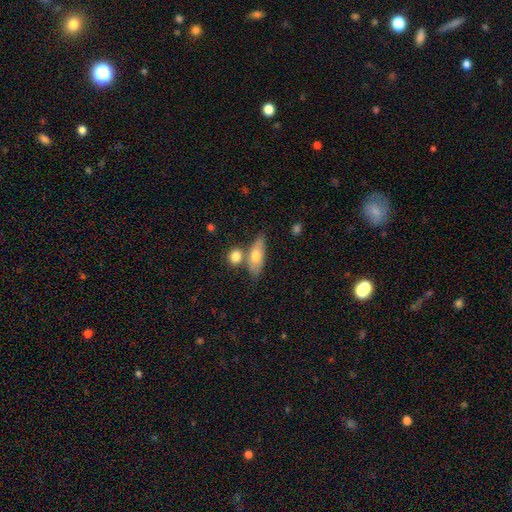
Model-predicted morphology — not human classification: Smooth or featured?
  - smooth: 66% *
  - featured or disk: 27%
  - star or artifact: 6%
How rounded?
  - in between: 68% *
  - cigar-shaped: 26%
  - round: 6%
Merging?
  - none: 55% *
  - merger: 27%
  - minor disturbance: 14%
  - major disturbance: 4%